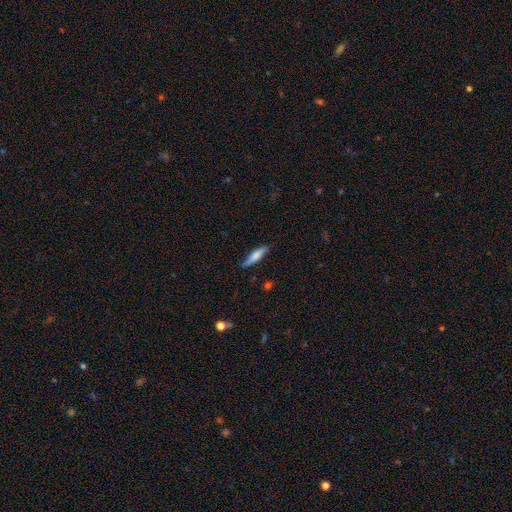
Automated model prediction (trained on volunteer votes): smooth_or_featured: smooth (p=0.59) [alt: featured or disk p=0.35]
how_rounded: cigar-shaped (p=0.81) [alt: in between p=0.17]
merging: none (p=0.80) [alt: minor disturbance p=0.16]